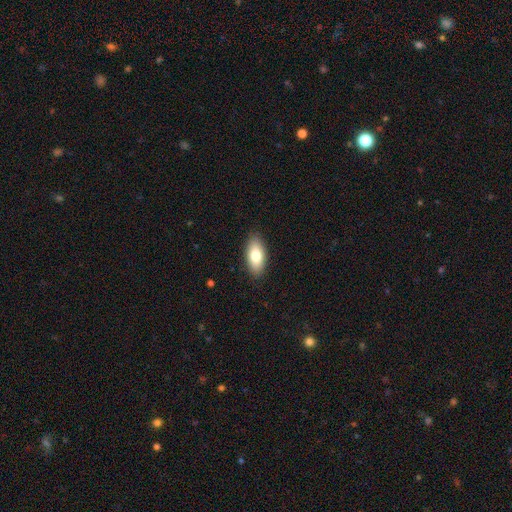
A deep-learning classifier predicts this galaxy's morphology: This appears to be a smooth galaxy with no disk features (78%) that is in between round and cigar-shaped (90%). Merging: none (88%).